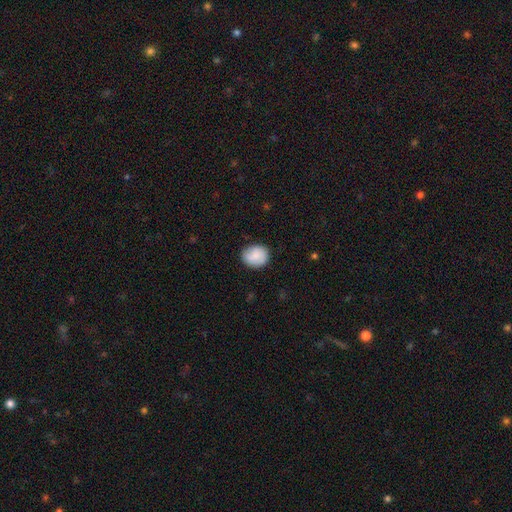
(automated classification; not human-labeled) A smooth galaxy with no disk features (84%) that is round (69%).

Vote fractions:
- Smooth or featured? smooth: 84% / featured or disk: 9% / star or artifact: 7%
- How rounded? round: 69% / in between: 30% / cigar-shaped: 1%
- Merging? none: 83% / minor disturbance: 13% / major disturbance: 3% / merger: 1%